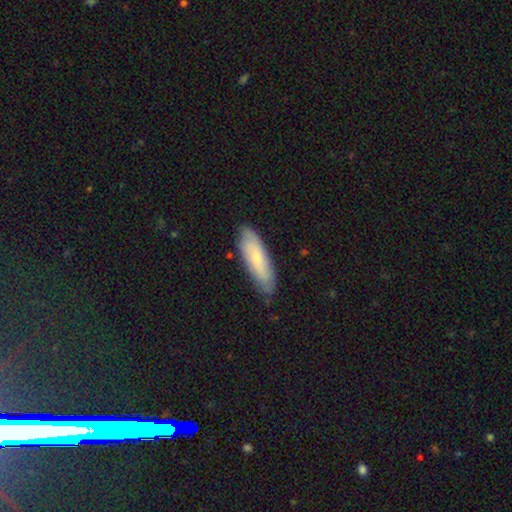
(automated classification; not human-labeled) smooth 67%, featured or disk 27%, star or artifact 6%. Down the decision tree: how rounded — cigar-shaped (50%); merging — none (77%).